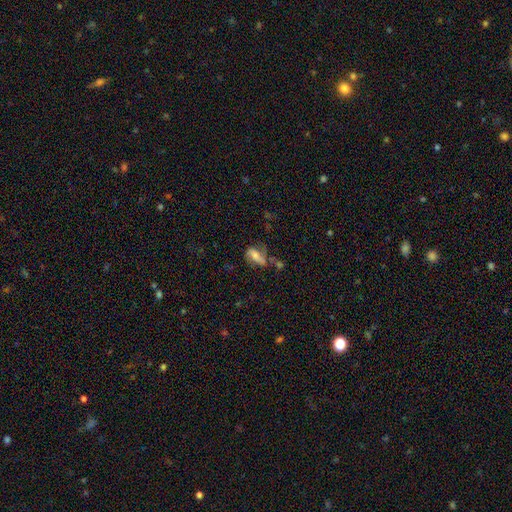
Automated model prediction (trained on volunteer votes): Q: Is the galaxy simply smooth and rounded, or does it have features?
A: featured or disk — 51%.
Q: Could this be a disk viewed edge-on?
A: no — 92%.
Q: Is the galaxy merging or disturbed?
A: none — 38%.